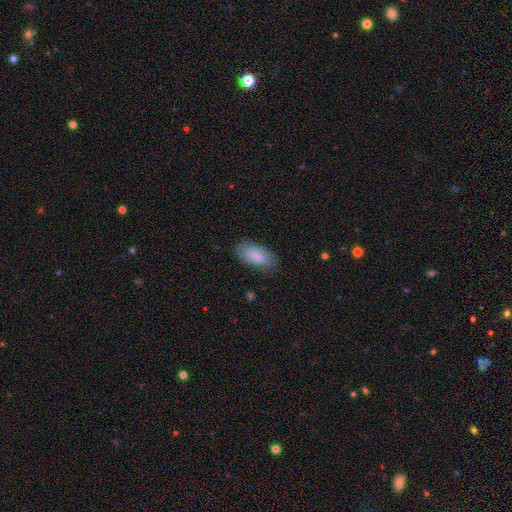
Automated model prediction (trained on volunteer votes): Smooth or featured: smooth — 83% (featured or disk — 10%)
How rounded: in between — 87% (cigar-shaped — 11%)
Merging: none — 78% (minor disturbance — 17%)